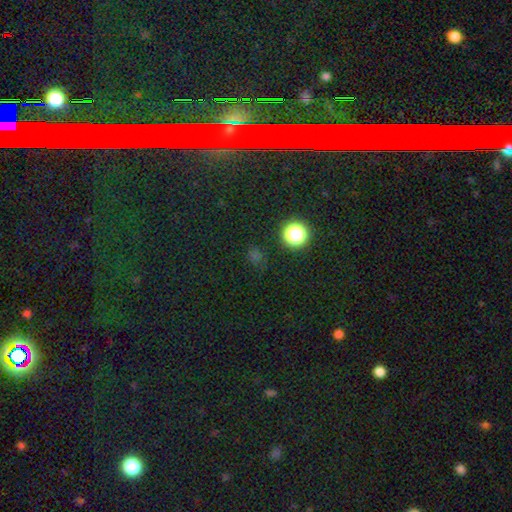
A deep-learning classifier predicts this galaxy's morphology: type=star or artifact (57%).